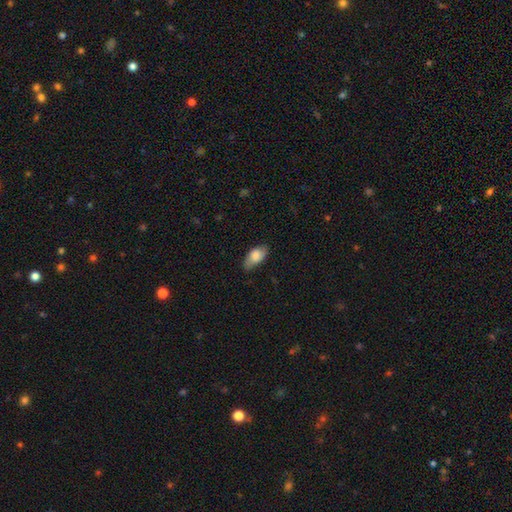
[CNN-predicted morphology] smooth-or-featured: smooth: 77% | featured or disk: 16% | star or artifact: 7%
  how-rounded: in between: 91% | cigar-shaped: 5% | round: 4%
  merging: none: 69% | minor disturbance: 24% | major disturbance: 5% | merger: 1%